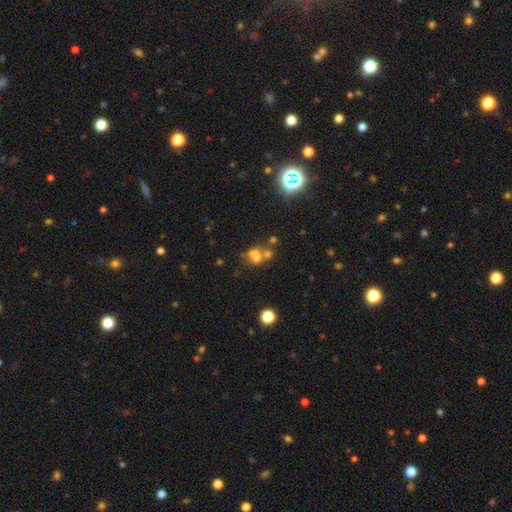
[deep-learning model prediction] Overall: smooth (54%; star or artifact 23%). How rounded: round (67%; in between 31%). Merging: merger (52%; none 31%).